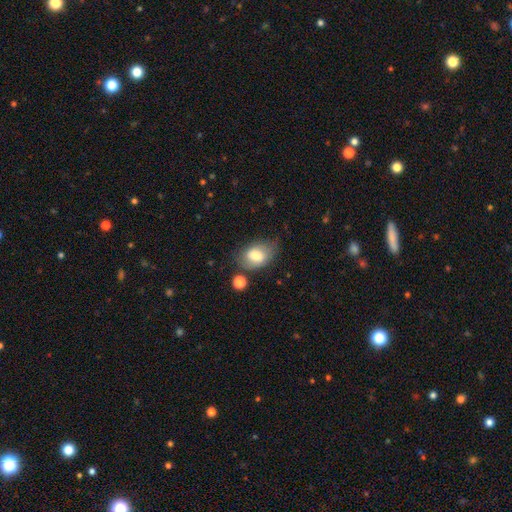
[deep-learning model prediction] smooth_or_featured: smooth (p=0.72) [alt: featured or disk p=0.20]
how_rounded: in between (p=0.83) [alt: round p=0.15]
merging: none (p=0.56) [alt: minor disturbance p=0.28]